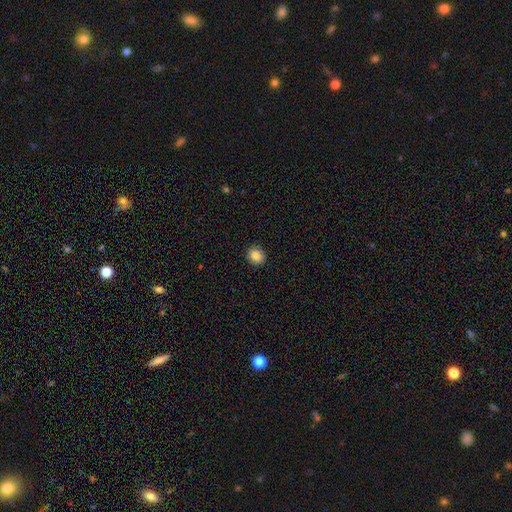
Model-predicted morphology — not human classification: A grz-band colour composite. It shows a smooth galaxy with no disk features (86%) that is round (79%). Merging: none (91%).